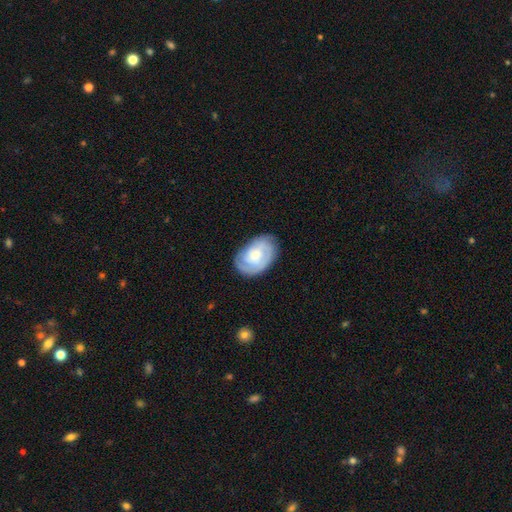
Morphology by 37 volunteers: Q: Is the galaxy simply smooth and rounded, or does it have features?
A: featured or disk — 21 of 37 (57%).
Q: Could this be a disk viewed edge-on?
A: no — 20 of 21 (95%).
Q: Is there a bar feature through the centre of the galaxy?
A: no — 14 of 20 (70%).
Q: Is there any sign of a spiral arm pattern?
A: yes — 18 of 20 (90%).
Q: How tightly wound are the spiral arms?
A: tight — 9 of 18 (50%).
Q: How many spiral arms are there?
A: can't tell — 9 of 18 (50%).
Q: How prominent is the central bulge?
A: moderate — 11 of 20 (55%).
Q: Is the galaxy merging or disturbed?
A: none — 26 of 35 (74%).